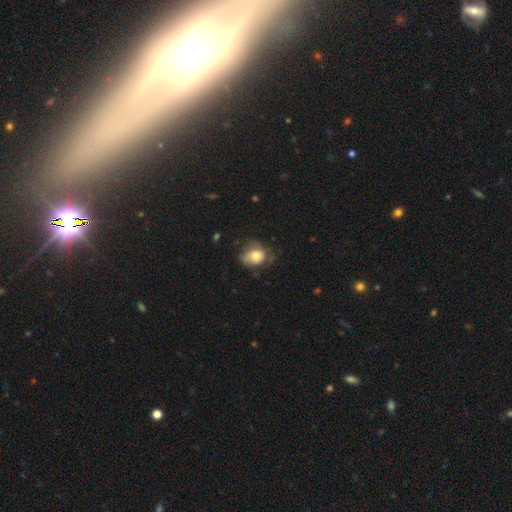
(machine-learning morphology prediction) A smooth galaxy with no disk features (63%) that is round (53%). Merging: none (42%).